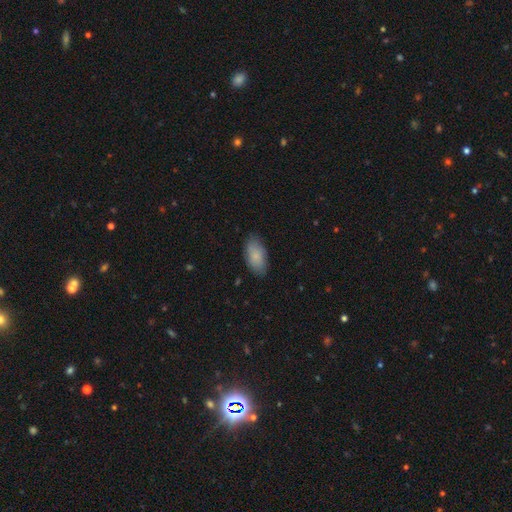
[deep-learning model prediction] smooth_or_featured: smooth (p=0.85) [alt: featured or disk p=0.09]
how_rounded: in between (p=0.93) [alt: cigar-shaped p=0.04]
merging: none (p=0.83) [alt: minor disturbance p=0.13]